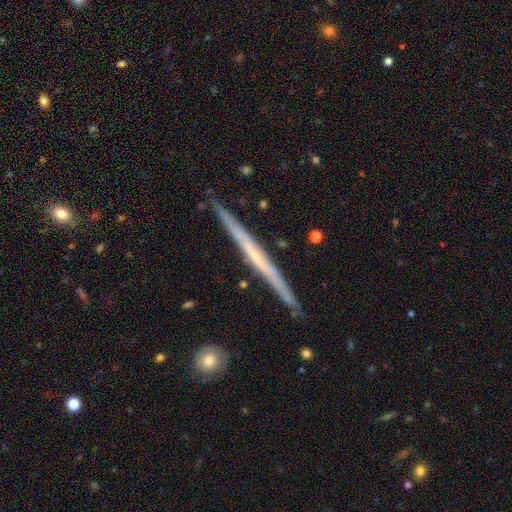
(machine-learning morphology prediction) This is likely a featured or disk galaxy (68%). It is clearly viewed edge-on (98%). Edge-on bulge: clearly none (83%). Merging: clearly none (90%).